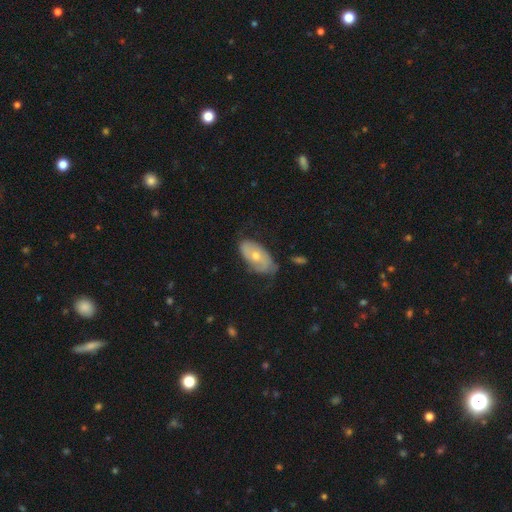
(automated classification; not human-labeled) Morphology: type=smooth (48%); merging=none (55%).